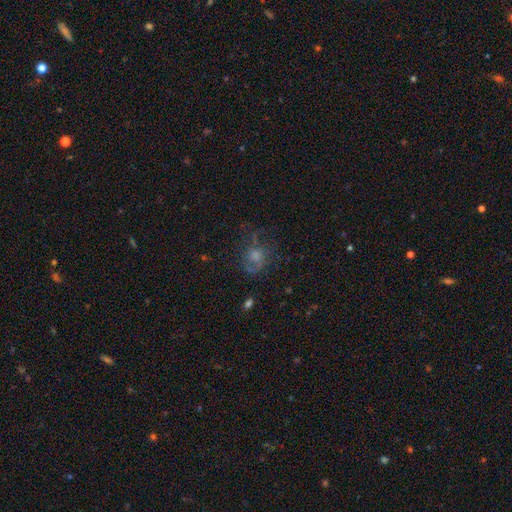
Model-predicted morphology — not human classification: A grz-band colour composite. It shows a featured or disk galaxy (44%). Merging: none (57%).